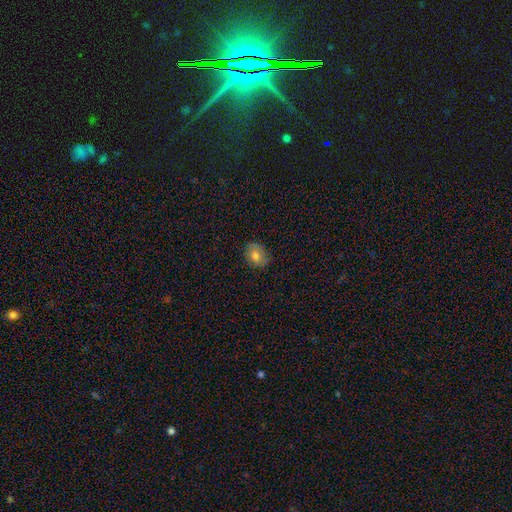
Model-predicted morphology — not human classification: Overall: smooth (78%). How rounded: in between (58%; round 41%). Merging: none (80%).